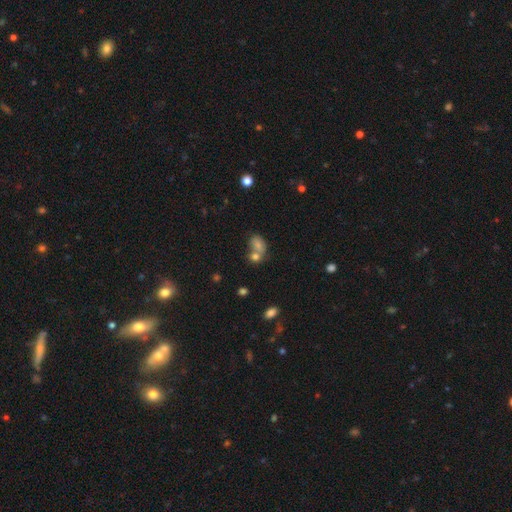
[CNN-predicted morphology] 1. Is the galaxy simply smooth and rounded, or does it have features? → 73% smooth, 14% star or artifact, 13% featured or disk.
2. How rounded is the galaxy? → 67% in between, 31% round, 2% cigar-shaped.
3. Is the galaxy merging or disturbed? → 52% merger, 34% none, 9% minor disturbance, 4% major disturbance.